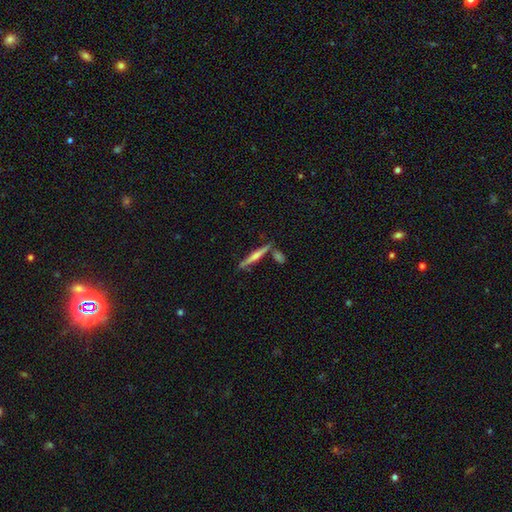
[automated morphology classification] Smooth or featured? featured or disk (63%)
Edge-on disk? yes (97%)
Edge-on bulge? rounded (72%)
Merging? none (79%)